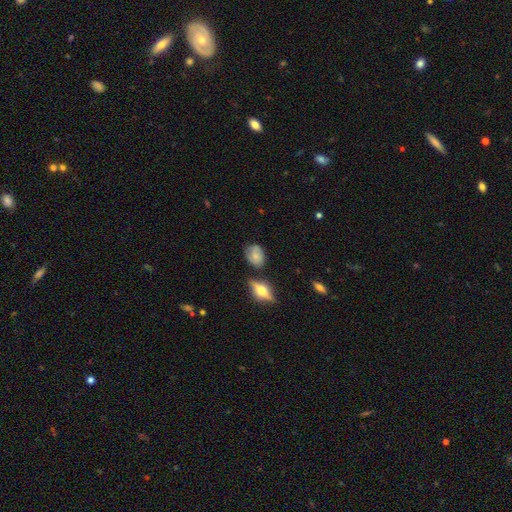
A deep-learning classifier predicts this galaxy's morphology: This is possibly a smooth galaxy (58%). How rounded: likely in between (60%). Merging: likely none (65%).